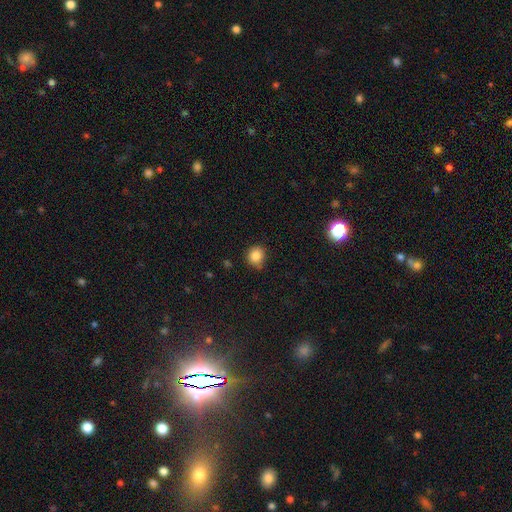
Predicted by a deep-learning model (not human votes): Smooth or featured? smooth (85%)
How rounded? round (84%)
Merging? none (75%)